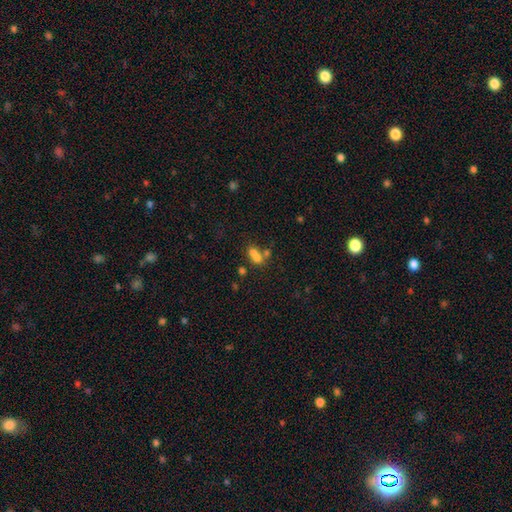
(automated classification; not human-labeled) This is likely a smooth galaxy (69%). How rounded: likely in between (71%). Merging: possibly merger (56%).